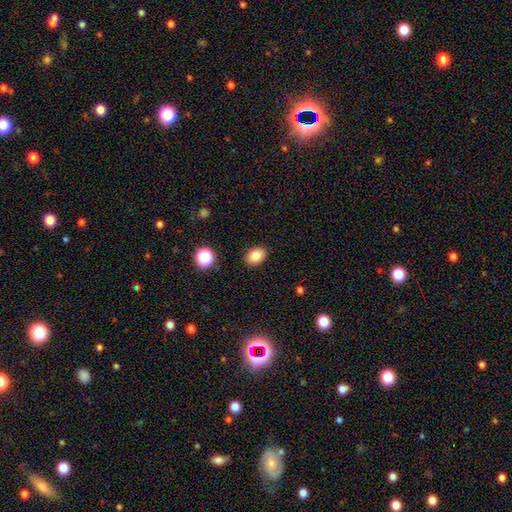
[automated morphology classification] A smooth galaxy with no disk features (83%) that is in between round and cigar-shaped (71%). Merging: none (88%).